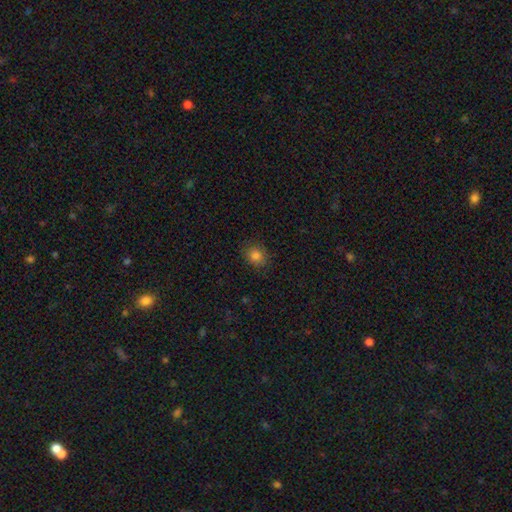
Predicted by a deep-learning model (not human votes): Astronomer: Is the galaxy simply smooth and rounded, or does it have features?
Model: smooth — 83%.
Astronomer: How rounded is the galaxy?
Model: round — 69%.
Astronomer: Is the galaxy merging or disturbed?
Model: none — 84%.